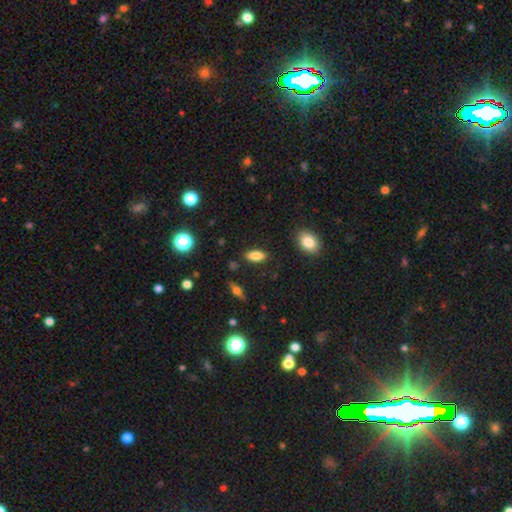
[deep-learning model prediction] smooth 77%, featured or disk 14%, star or artifact 9%. Down the decision tree: how rounded — in between (82%); merging — none (86%).